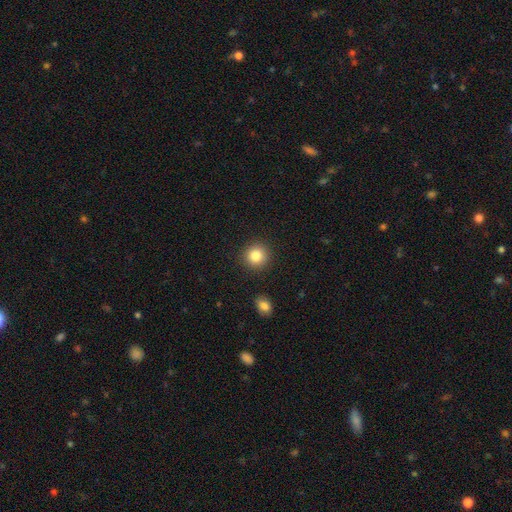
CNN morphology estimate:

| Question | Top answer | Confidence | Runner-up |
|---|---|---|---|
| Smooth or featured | smooth | 84% | star or artifact (10%) |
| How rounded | round | 92% | in between (7%) |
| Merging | none | 90% | minor disturbance (6%) |